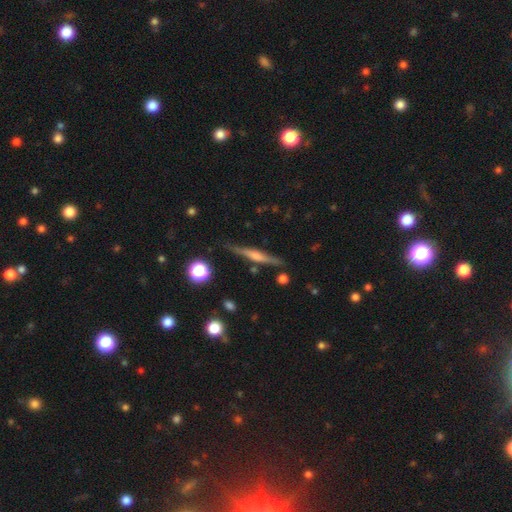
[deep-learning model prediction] Smooth or featured? Predicted: featured or disk (p=0.62). Edge-on disk? Predicted: yes (p=0.97). Edge-on bulge? Predicted: rounded (p=0.58). Merging? Predicted: none (p=0.84).